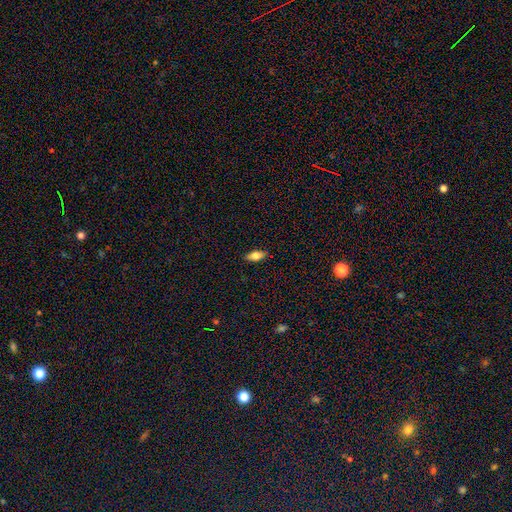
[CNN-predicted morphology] type=smooth (73%); roundness=in between (82%); merging=none (88%).